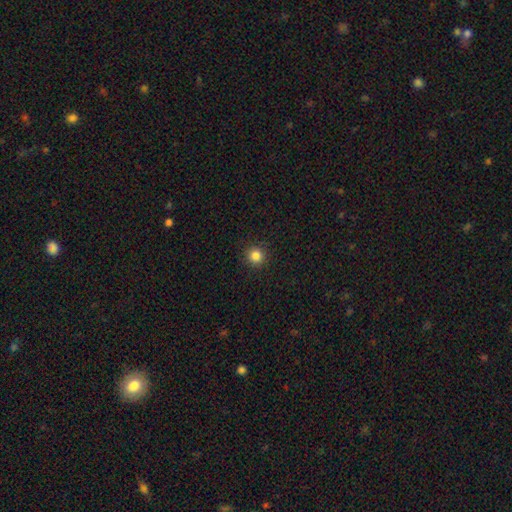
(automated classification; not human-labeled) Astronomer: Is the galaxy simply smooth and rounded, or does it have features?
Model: smooth — 84%.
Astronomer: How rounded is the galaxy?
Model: round — 94%.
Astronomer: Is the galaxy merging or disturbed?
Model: none — 92%.